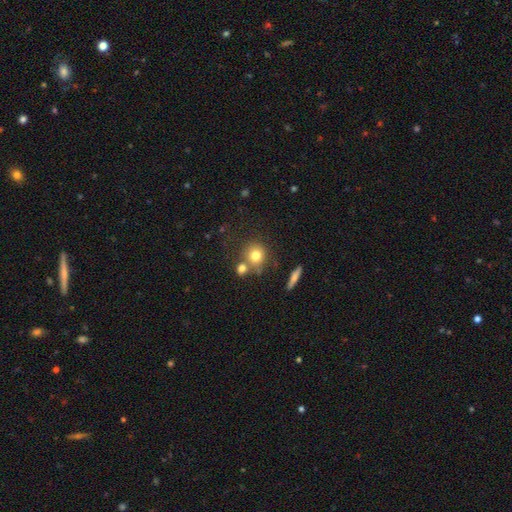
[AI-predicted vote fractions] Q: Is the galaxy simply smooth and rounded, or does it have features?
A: smooth — 75%.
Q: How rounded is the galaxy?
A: round — 84%.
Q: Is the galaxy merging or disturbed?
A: none — 62%.